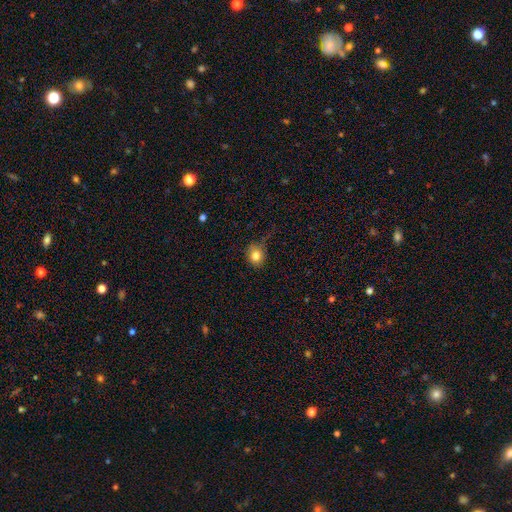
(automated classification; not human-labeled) This appears to be a smooth galaxy with no disk features (83%) that is round (76%). Merging: none (67%).